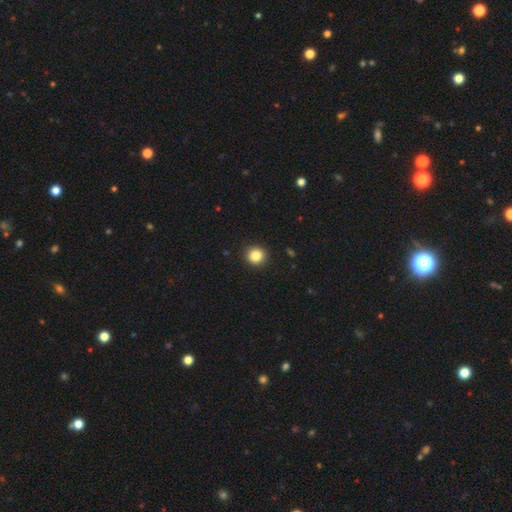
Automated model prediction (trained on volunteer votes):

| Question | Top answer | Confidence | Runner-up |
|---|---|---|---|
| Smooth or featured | smooth | 85% | star or artifact (11%) |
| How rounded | round | 91% | in between (8%) |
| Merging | none | 92% | minor disturbance (5%) |